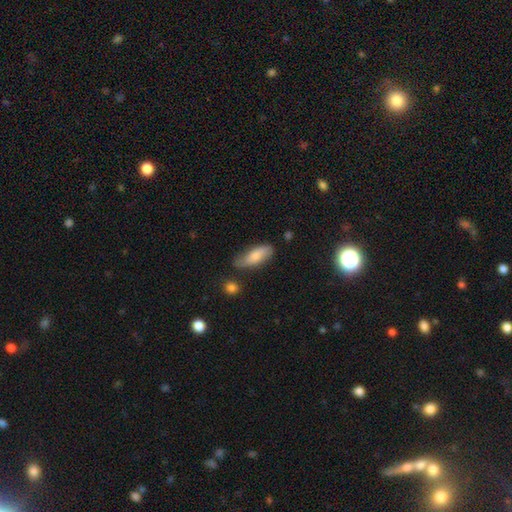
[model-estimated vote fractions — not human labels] Overall: smooth (73%). How rounded: in between (73%). Merging: none (63%; minor disturbance 27%).